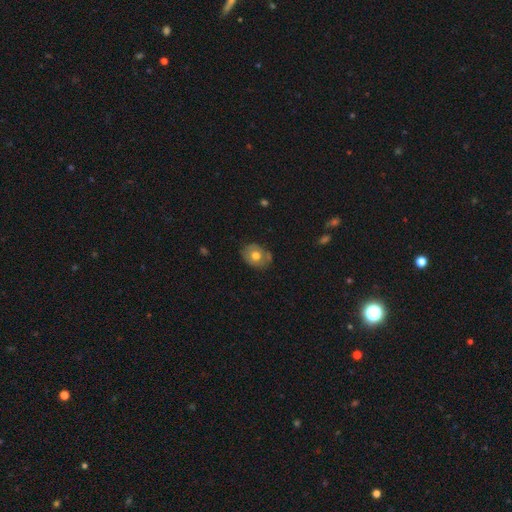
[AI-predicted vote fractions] Smooth or featured: smooth — 63% (featured or disk — 29%)
How rounded: round — 52% (in between — 47%)
Merging: none — 71% (minor disturbance — 21%)